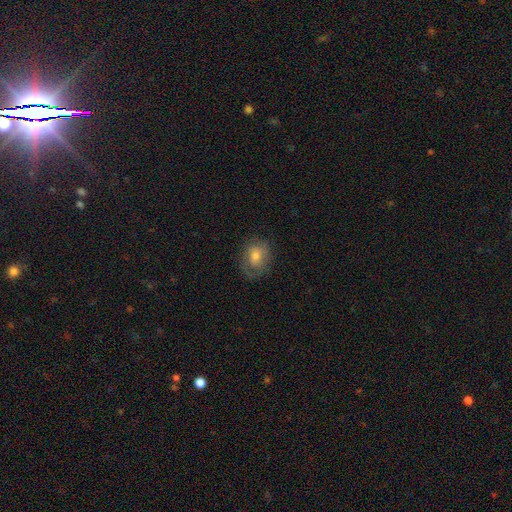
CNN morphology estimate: A smooth galaxy with no disk features (59%) that is round (51%).

Vote fractions:
- Smooth or featured? smooth: 59% / featured or disk: 32% / star or artifact: 10%
- How rounded? round: 51% / in between: 48% / cigar-shaped: 1%
- Merging? none: 67% / minor disturbance: 21% / major disturbance: 11% / merger: 1%